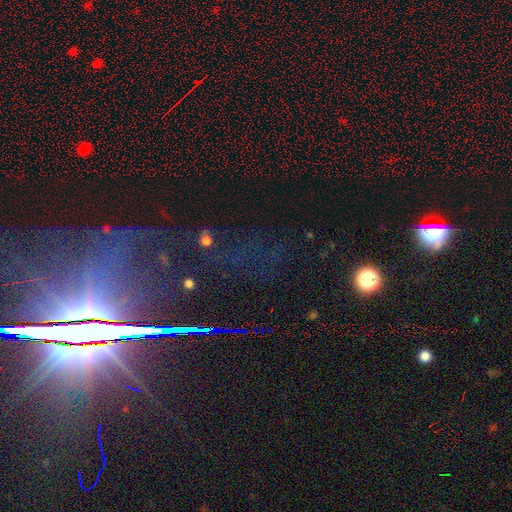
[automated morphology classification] Q: Smooth or featured?
A: star or artifact (76%); runner-up: featured or disk (14%)